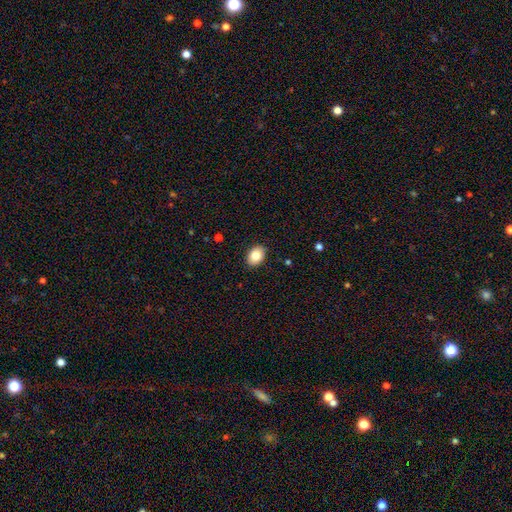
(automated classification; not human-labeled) A smooth galaxy with no disk features (84%) that is in between round and cigar-shaped (73%).

Vote fractions:
- Smooth or featured? smooth: 84% / star or artifact: 8% / featured or disk: 8%
- How rounded? in between: 73% / round: 26% / cigar-shaped: 1%
- Merging? none: 88% / minor disturbance: 9% / major disturbance: 2% / merger: 1%